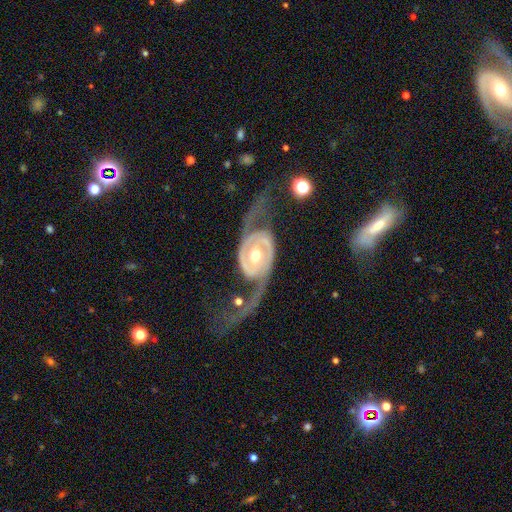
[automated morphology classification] This appears to be a featured or disk galaxy (91%) with no bar (59%), 2 (92%) loose (55%) spiral arms (94%) and a moderate central bulge (74%). Merging: none (50%).